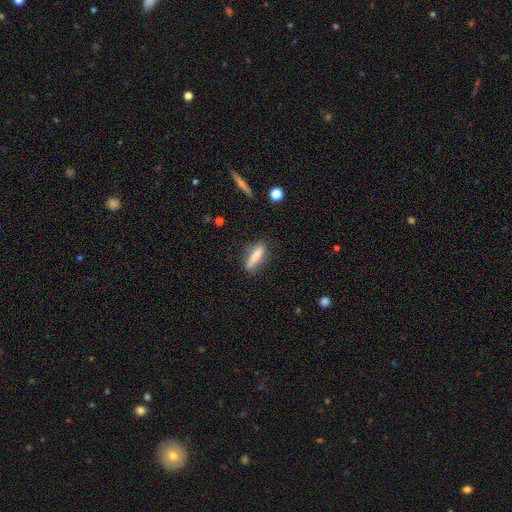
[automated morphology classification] Smooth or featured? smooth (75%)
How rounded? cigar-shaped (70%)
Merging? none (76%)